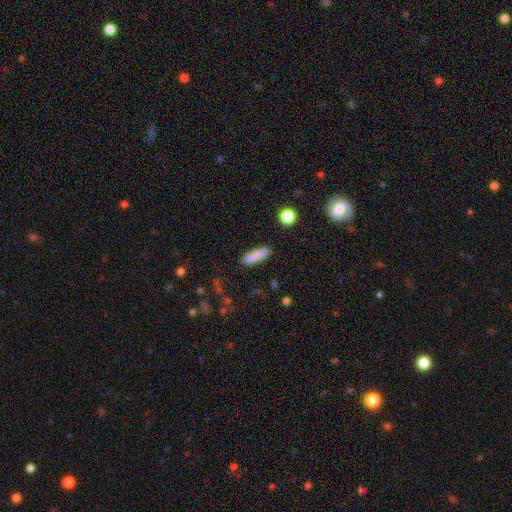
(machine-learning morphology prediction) Smooth or featured? Predicted: smooth (p=0.86). How rounded? Predicted: cigar-shaped (p=0.65). Merging? Predicted: none (p=0.88).